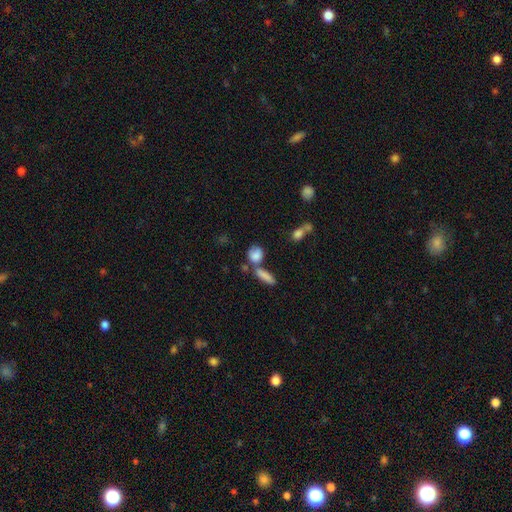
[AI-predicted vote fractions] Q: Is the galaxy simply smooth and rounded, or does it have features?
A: smooth — 80%.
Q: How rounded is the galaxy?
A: in between — 46%.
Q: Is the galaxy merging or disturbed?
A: none — 45%.